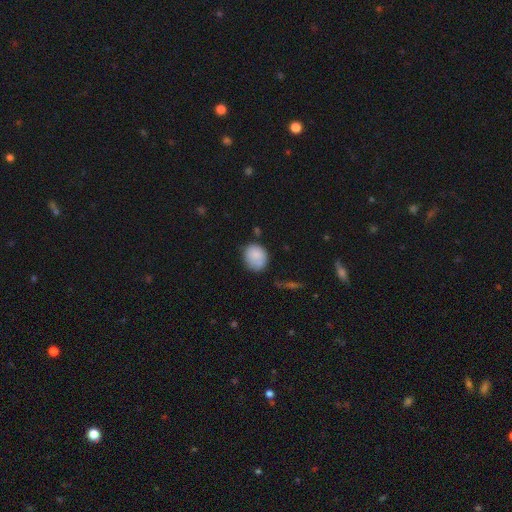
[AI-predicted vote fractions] The model was most divided on "how rounded": round: 66%, in between: 33%, cigar-shaped: 1%. More confident: smooth or featured — smooth (83%); merging — none (63%).